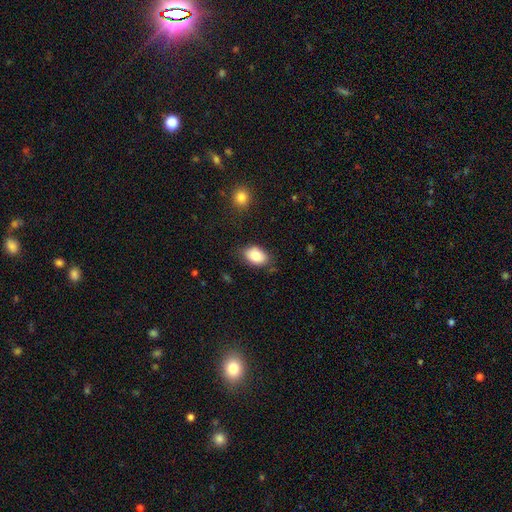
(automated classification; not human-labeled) The model was most divided on "merging": none: 78%, minor disturbance: 16%, major disturbance: 4%, merger: 2%. More confident: how rounded — in between (88%); smooth or featured — smooth (85%).